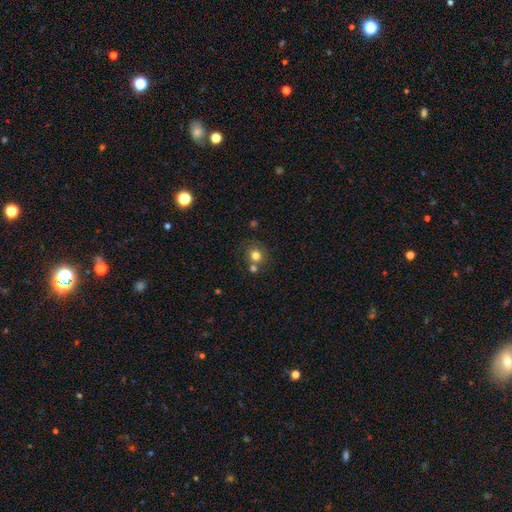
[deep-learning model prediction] smooth-or-featured: smooth: 76% | featured or disk: 12% | star or artifact: 12%
  how-rounded: round: 80% | in between: 19% | cigar-shaped: 1%
  merging: none: 58% | merger: 25% | minor disturbance: 12% | major disturbance: 5%